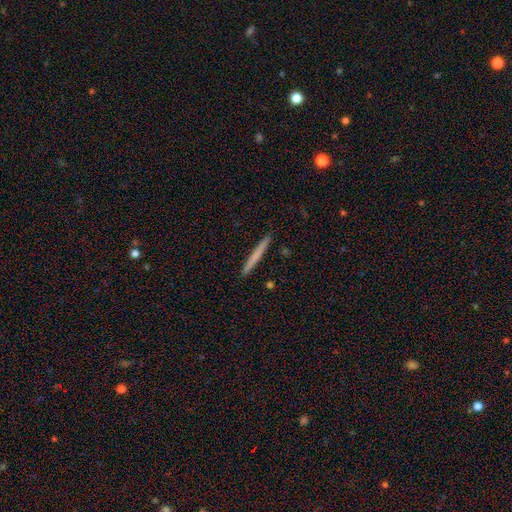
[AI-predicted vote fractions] Morphology: type=smooth (65%); roundness=cigar-shaped (97%); merging=none (93%).